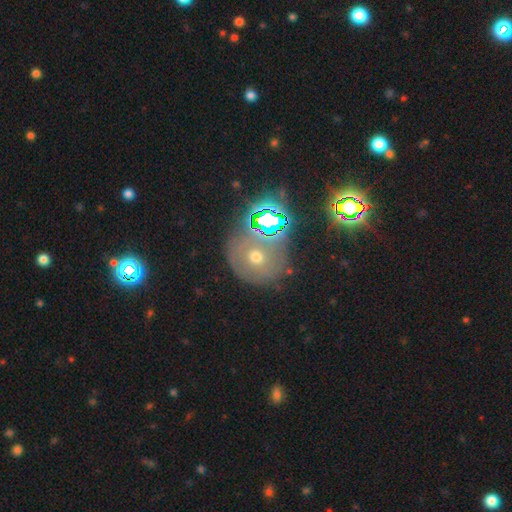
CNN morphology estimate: Overall: smooth (46%; star or artifact 28%). Merging: none (73%).